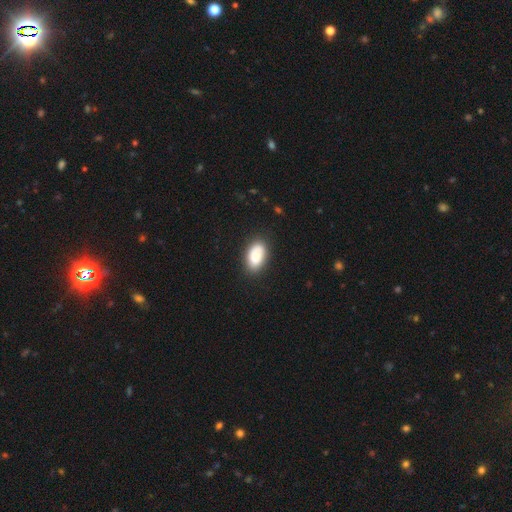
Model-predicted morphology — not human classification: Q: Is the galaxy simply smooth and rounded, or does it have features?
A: smooth — 82%.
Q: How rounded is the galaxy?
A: in between — 93%.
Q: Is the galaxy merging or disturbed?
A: none — 79%.